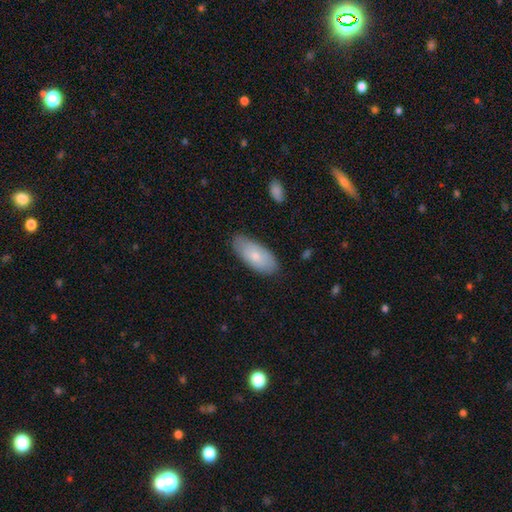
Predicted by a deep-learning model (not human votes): Q: Smooth or featured?
A: smooth (75%); runner-up: featured or disk (20%)
Q: How rounded?
A: in between (89%); runner-up: cigar-shaped (9%)
Q: Merging?
A: none (80%); runner-up: minor disturbance (16%)